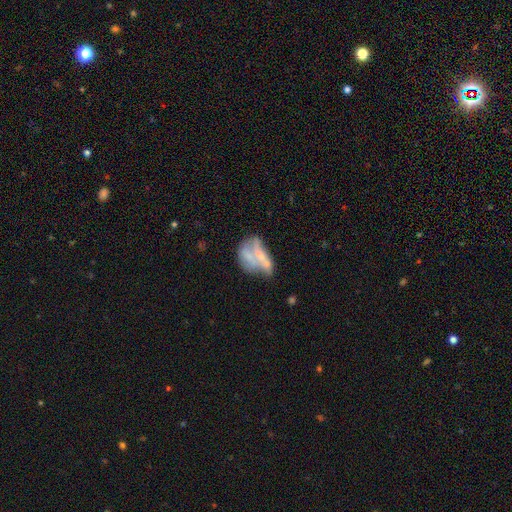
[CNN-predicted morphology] Smooth or featured? featured or disk (49%)
Merging? merger (34%)